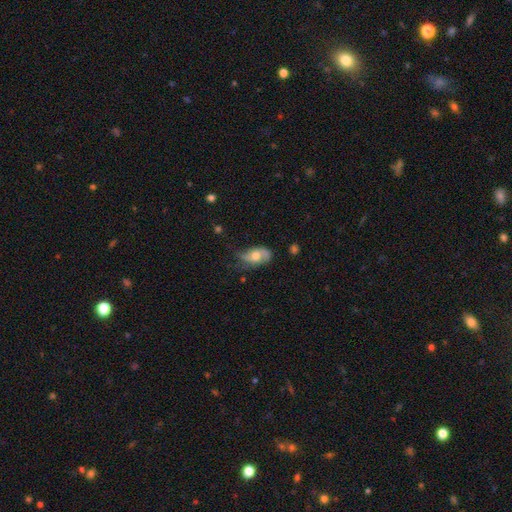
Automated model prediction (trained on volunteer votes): This appears to be a featured or disk galaxy (47%). Merging: none (40%).